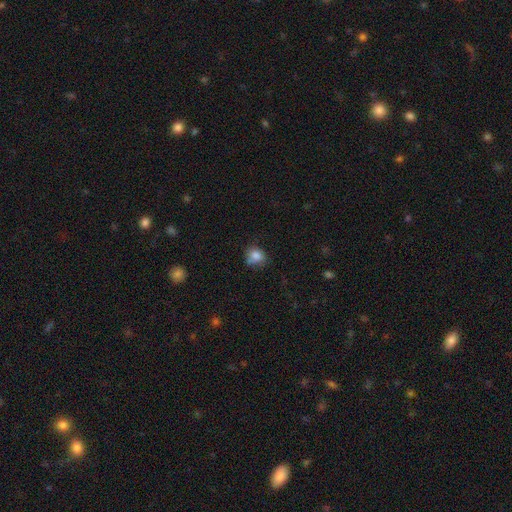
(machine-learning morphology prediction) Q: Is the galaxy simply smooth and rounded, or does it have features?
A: smooth — 81%.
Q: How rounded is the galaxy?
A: round — 67%.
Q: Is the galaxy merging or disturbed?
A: none — 59%.